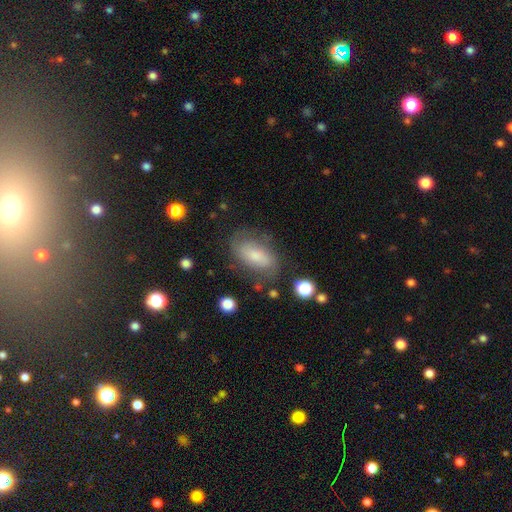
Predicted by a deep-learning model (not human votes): This is possibly a smooth galaxy (53%). How rounded: clearly in between (88%). Merging: likely none (66%).